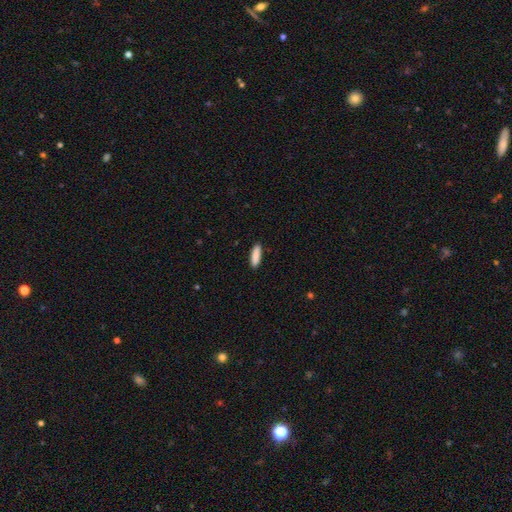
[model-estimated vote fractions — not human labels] smooth 89%, star or artifact 6%, featured or disk 5%. Down the decision tree: how rounded — cigar-shaped (59%); merging — none (89%).